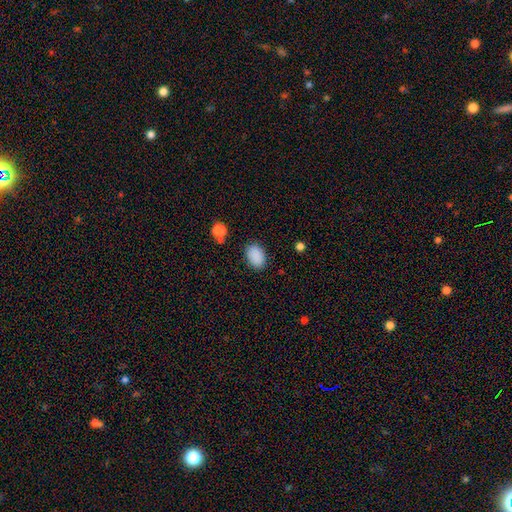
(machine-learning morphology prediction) smooth-or-featured: smooth: 89% | star or artifact: 8% | featured or disk: 3%
  how-rounded: in between: 83% | round: 16% | cigar-shaped: 1%
  merging: none: 85% | minor disturbance: 11% | major disturbance: 3% | merger: 2%